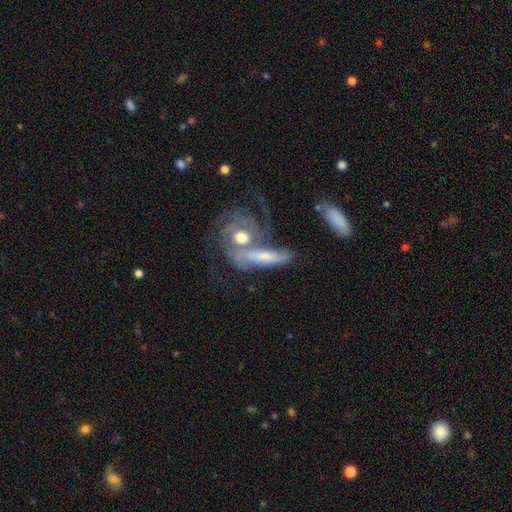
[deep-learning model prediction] A featured or disk galaxy (78%) with no bar (60%), tight (55%) spiral arms (90%) and a moderate central bulge (63%). Merging: none (42%).